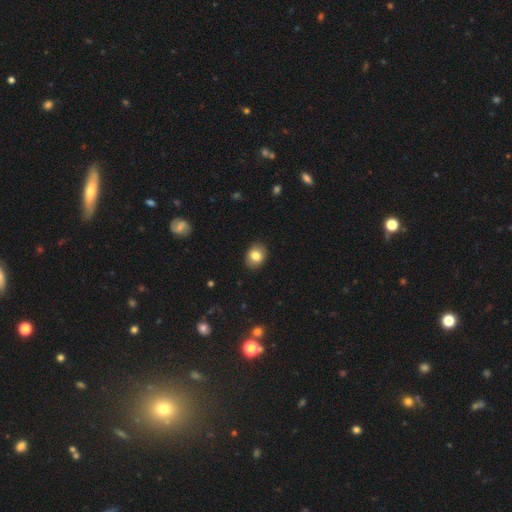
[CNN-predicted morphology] A smooth galaxy with no disk features (81%) that is in between round and cigar-shaped (51%).

Vote fractions:
- Smooth or featured? smooth: 81% / featured or disk: 10% / star or artifact: 9%
- How rounded? in between: 51% / round: 48% / cigar-shaped: 1%
- Merging? none: 88% / minor disturbance: 9% / major disturbance: 2% / merger: 1%